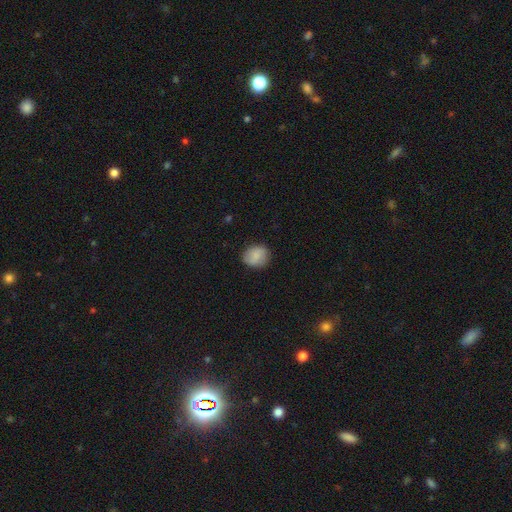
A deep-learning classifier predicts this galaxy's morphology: Smooth or featured?
  - smooth: 81% *
  - featured or disk: 12%
  - star or artifact: 7%
How rounded?
  - round: 68% *
  - in between: 31%
  - cigar-shaped: 1%
Merging?
  - none: 82% *
  - minor disturbance: 13%
  - major disturbance: 3%
  - merger: 1%